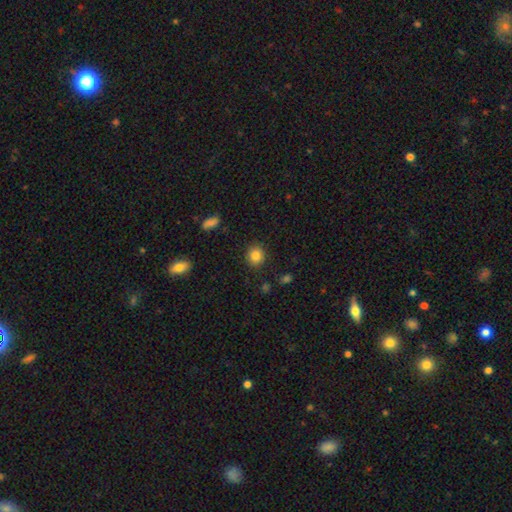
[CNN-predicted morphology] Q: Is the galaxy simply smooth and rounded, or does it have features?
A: smooth — 84%.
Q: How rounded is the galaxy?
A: round — 81%.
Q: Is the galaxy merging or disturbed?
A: none — 89%.